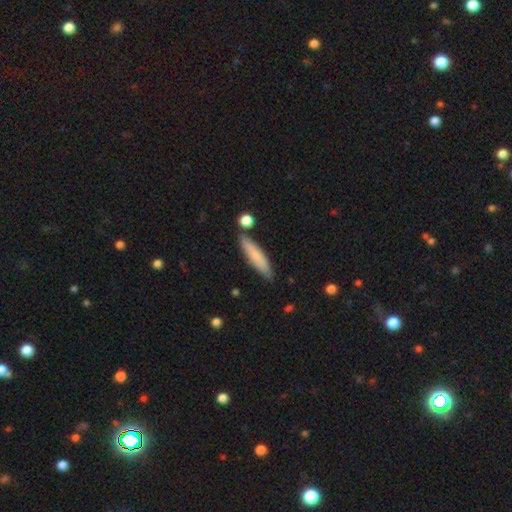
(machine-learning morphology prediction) Q: Smooth or featured?
A: smooth (74%); runner-up: featured or disk (21%)
Q: How rounded?
A: cigar-shaped (86%); runner-up: in between (13%)
Q: Merging?
A: none (83%); runner-up: minor disturbance (11%)